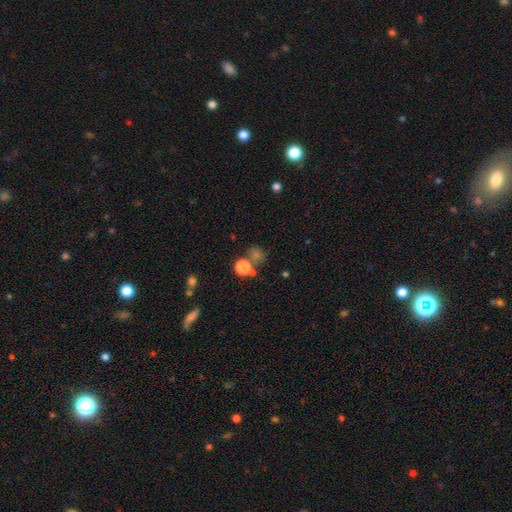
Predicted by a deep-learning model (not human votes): Q: Smooth or featured?
A: smooth (48%); runner-up: star or artifact (41%)
Q: Merging?
A: none (67%); runner-up: merger (18%)